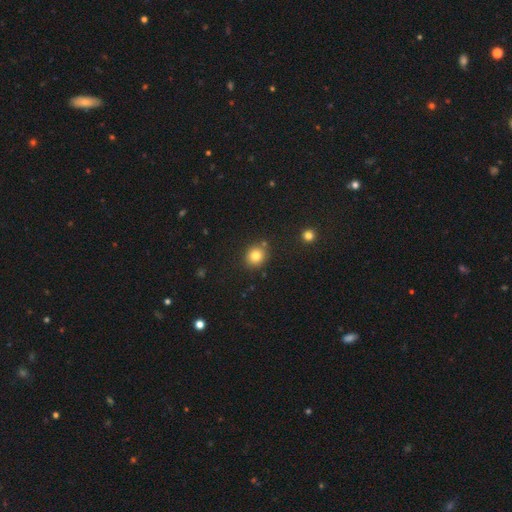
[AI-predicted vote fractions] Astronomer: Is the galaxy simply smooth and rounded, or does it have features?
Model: smooth — 80%.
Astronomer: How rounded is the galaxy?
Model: round — 82%.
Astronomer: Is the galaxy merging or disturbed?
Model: none — 82%.